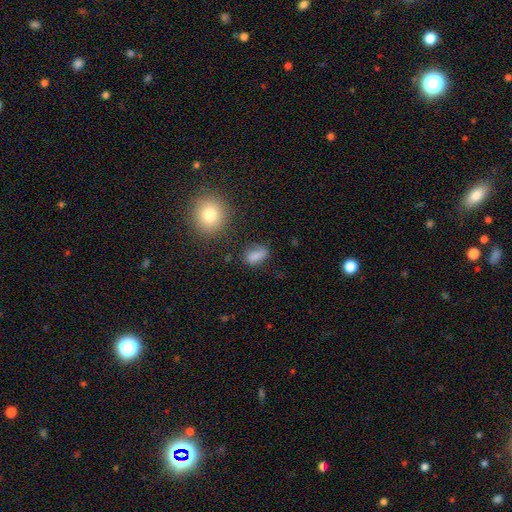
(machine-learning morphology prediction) smooth_or_featured: smooth (p=0.79) [alt: star or artifact p=0.11]
how_rounded: in between (p=0.81) [alt: round p=0.13]
merging: none (p=0.62) [alt: minor disturbance p=0.24]